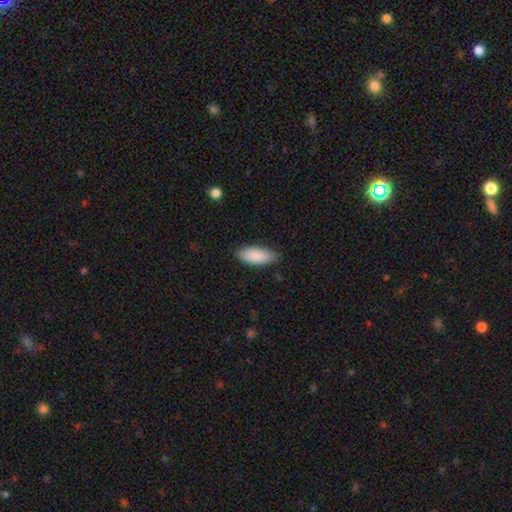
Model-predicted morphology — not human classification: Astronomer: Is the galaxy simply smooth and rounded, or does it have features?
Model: smooth — 88%.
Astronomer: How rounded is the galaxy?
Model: in between — 85%.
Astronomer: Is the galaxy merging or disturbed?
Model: none — 84%.